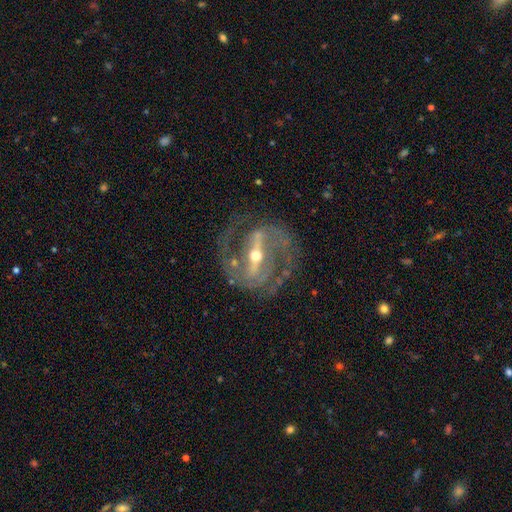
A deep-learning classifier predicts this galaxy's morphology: Smooth or featured: featured or disk — 90% (star or artifact — 5%)
Edge-on disk: no — 91% (yes — 9%)
Bar: strong — 75% (weak — 18%)
Spiral arms: yes — 91% (no — 9%)
Spiral winding: medium — 53% (tight — 32%)
Spiral arm count: 2 — 87% (can't tell — 5%)
Bulge size: moderate — 60% (small — 35%)
Merging: none — 74% (minor disturbance — 14%)